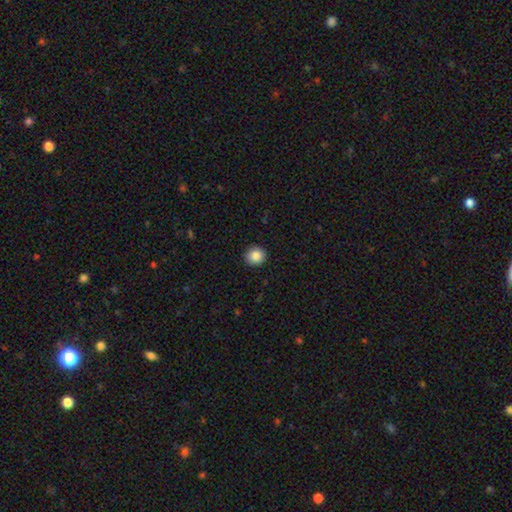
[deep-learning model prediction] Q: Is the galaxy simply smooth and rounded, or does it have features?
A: smooth — 86%.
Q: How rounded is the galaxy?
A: round — 91%.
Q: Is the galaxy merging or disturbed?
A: none — 92%.